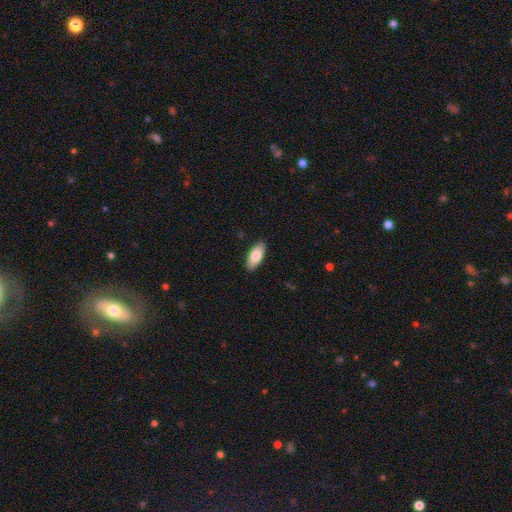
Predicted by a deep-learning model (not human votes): Q: Smooth or featured?
A: smooth (81%); runner-up: featured or disk (13%)
Q: How rounded?
A: in between (88%); runner-up: cigar-shaped (10%)
Q: Merging?
A: none (89%); runner-up: minor disturbance (9%)